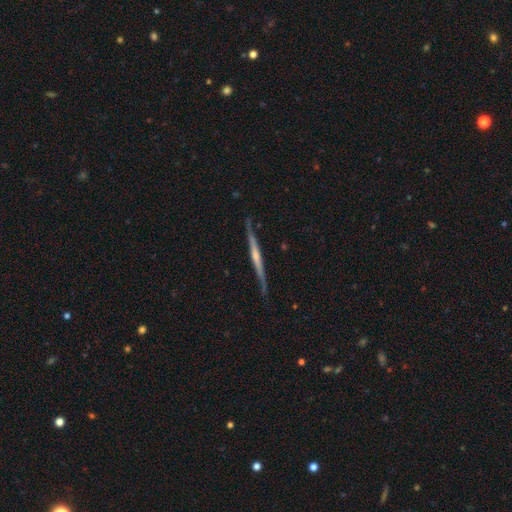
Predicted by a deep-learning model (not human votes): A featured or disk galaxy (76%) viewed edge-on (98%) with a rounded central bulge (60%).

Vote fractions:
- Smooth or featured? featured or disk: 76% / smooth: 17% / star or artifact: 7%
- Edge-on disk? yes: 98% / no: 2%
- Edge-on bulge? rounded: 60% / none: 29% / boxy: 10%
- Merging? none: 88% / minor disturbance: 9% / major disturbance: 2% / merger: 1%